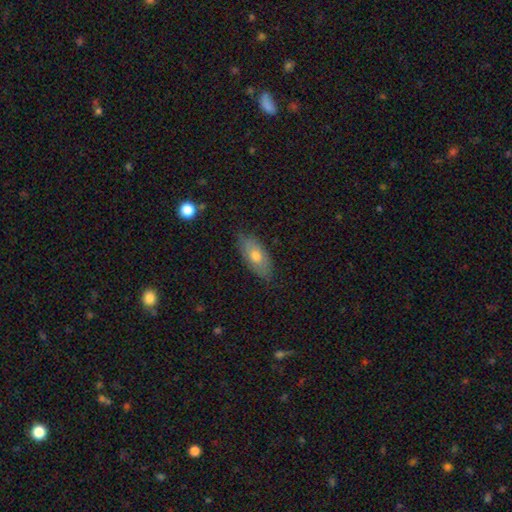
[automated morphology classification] The model was most divided on "smooth or featured": smooth: 66%, featured or disk: 27%, star or artifact: 7%. More confident: how rounded — in between (86%); merging — none (80%).